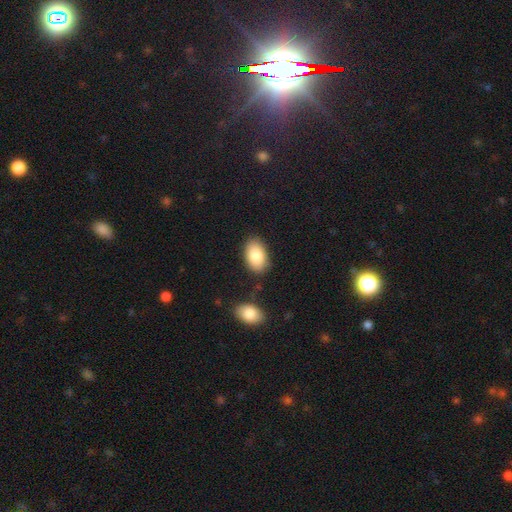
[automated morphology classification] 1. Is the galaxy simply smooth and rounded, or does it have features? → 86% smooth, 8% featured or disk, 6% star or artifact.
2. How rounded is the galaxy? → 93% in between, 6% round, 1% cigar-shaped.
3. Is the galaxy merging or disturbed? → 82% none, 12% minor disturbance, 4% merger, 3% major disturbance.